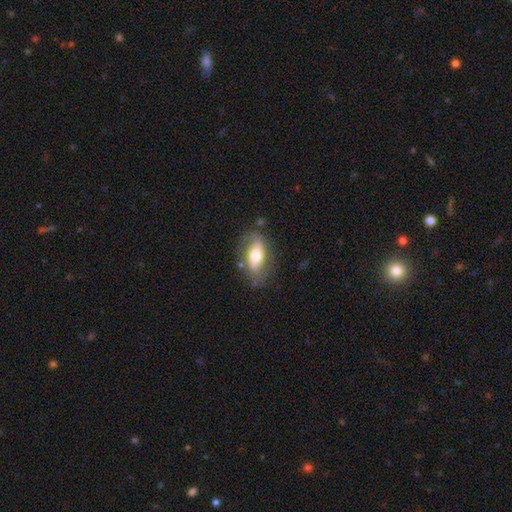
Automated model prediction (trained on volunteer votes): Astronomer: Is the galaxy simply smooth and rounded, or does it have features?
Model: smooth — 52% (runner-up: featured or disk, 42%).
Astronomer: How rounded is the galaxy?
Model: in between — 86%.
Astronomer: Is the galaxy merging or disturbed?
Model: none — 69%.